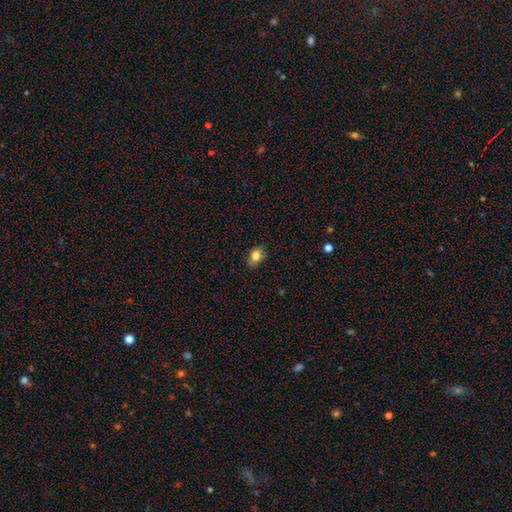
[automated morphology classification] Smooth or featured: smooth — 82% (star or artifact — 9%)
How rounded: in between — 81% (round — 17%)
Merging: none — 79% (minor disturbance — 17%)